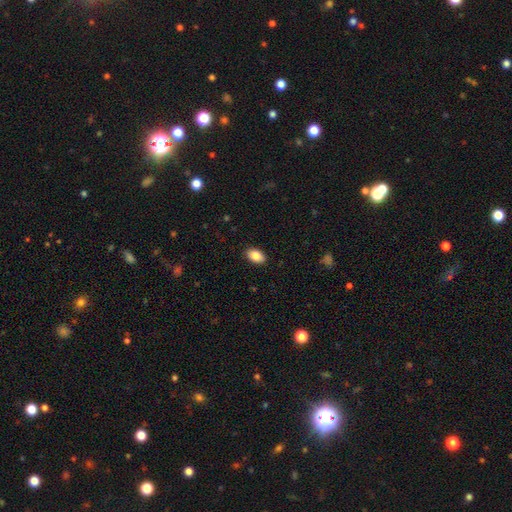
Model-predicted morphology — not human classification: Q: Smooth or featured?
A: smooth (86%); runner-up: star or artifact (7%)
Q: How rounded?
A: in between (91%); runner-up: round (8%)
Q: Merging?
A: none (90%); runner-up: minor disturbance (7%)